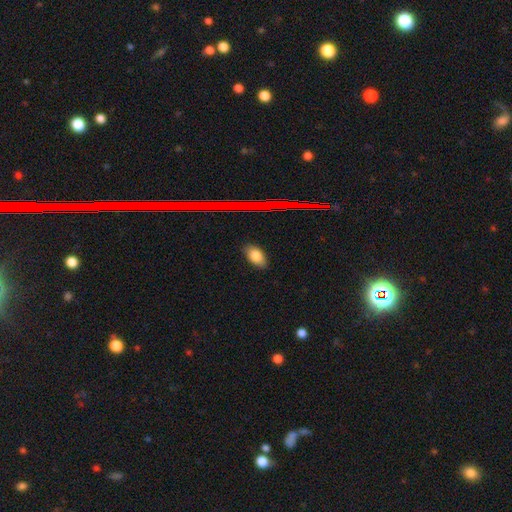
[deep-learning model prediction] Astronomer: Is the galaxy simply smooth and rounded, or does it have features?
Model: smooth — 81%.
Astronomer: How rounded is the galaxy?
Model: in between — 90%.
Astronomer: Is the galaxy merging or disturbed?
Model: none — 84%.